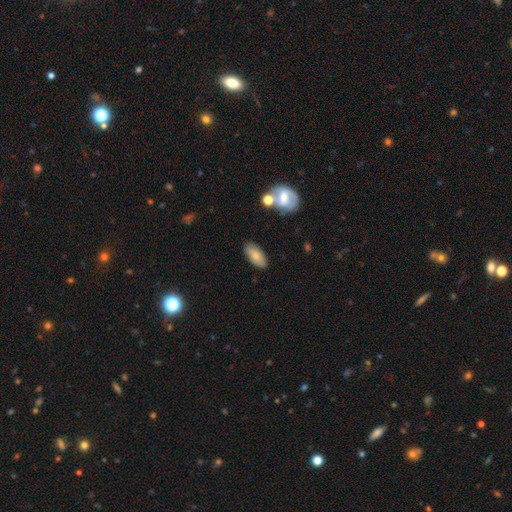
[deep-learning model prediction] Smooth or featured?
  - smooth: 78% *
  - featured or disk: 14%
  - star or artifact: 7%
How rounded?
  - in between: 87% *
  - cigar-shaped: 11%
  - round: 3%
Merging?
  - none: 84% *
  - minor disturbance: 11%
  - merger: 3%
  - major disturbance: 2%